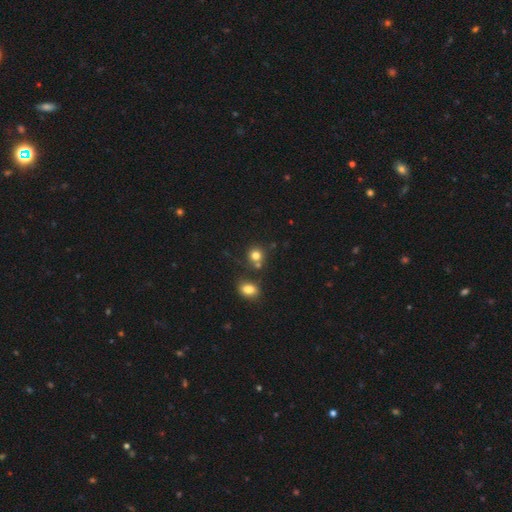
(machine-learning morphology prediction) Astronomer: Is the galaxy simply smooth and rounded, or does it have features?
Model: smooth — 79%.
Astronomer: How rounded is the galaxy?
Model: round — 84%.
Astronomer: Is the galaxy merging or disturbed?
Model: none — 66%.